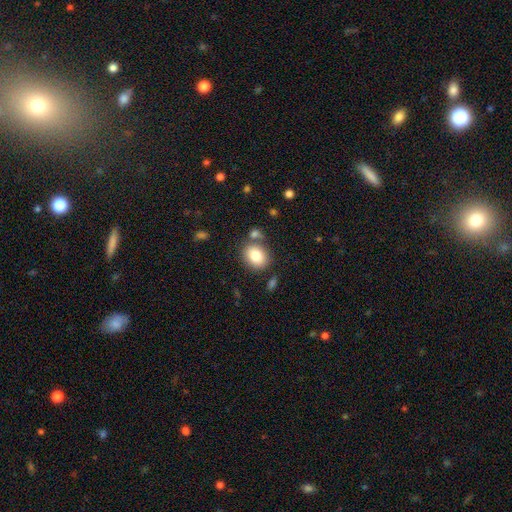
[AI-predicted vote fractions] smooth-or-featured: smooth: 81% | featured or disk: 10% | star or artifact: 9%
  how-rounded: round: 52% | in between: 47% | cigar-shaped: 1%
  merging: none: 72% | merger: 12% | minor disturbance: 12% | major disturbance: 4%